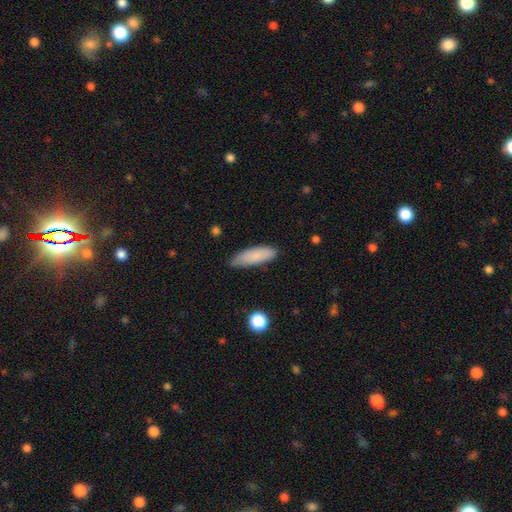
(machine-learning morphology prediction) Smooth or featured?
  - smooth: 84% *
  - featured or disk: 10%
  - star or artifact: 7%
How rounded?
  - in between: 50% *
  - cigar-shaped: 48%
  - round: 2%
Merging?
  - none: 79% *
  - minor disturbance: 17%
  - major disturbance: 3%
  - merger: 1%